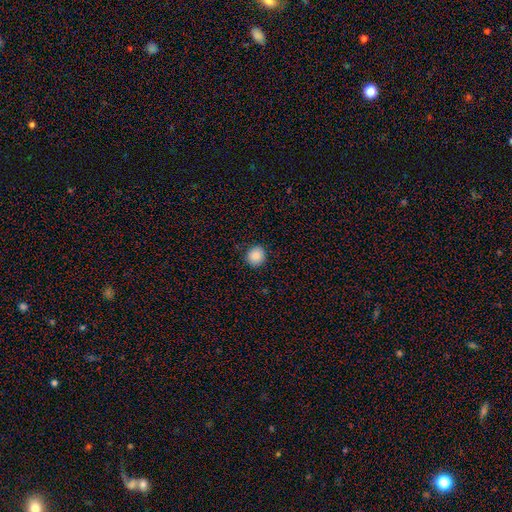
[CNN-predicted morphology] smooth-or-featured: smooth: 88% | star or artifact: 9% | featured or disk: 3%
  how-rounded: round: 90% | in between: 9% | cigar-shaped: 1%
  merging: none: 91% | minor disturbance: 6% | major disturbance: 2% | merger: 1%